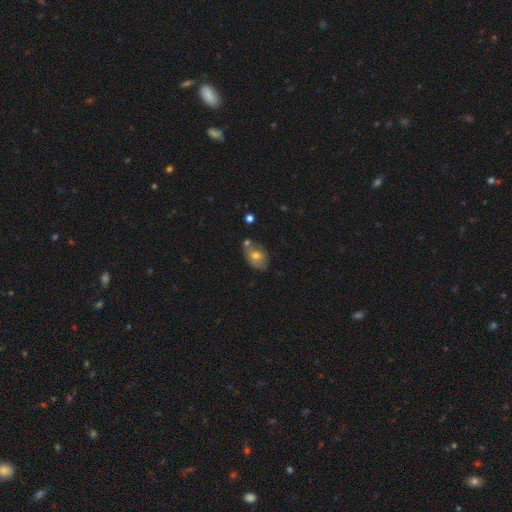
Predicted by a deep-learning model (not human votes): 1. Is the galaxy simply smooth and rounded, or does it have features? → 64% smooth, 26% featured or disk, 10% star or artifact.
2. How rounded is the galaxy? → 80% in between, 19% round, 1% cigar-shaped.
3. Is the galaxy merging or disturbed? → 54% none, 21% minor disturbance, 19% merger, 5% major disturbance.